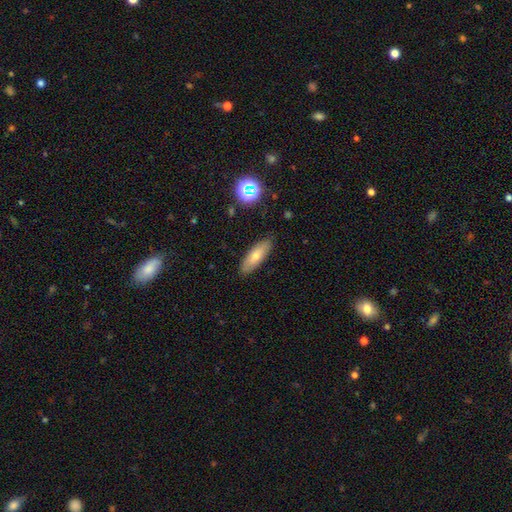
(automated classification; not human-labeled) Overall: smooth (67%). How rounded: in between (55%; cigar-shaped 42%). Merging: none (87%).